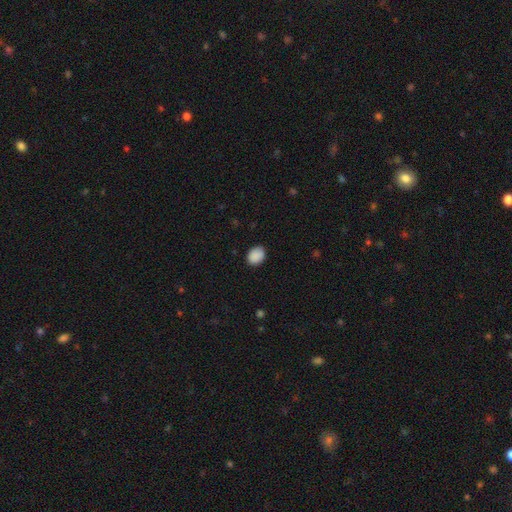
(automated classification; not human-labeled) smooth 90%, star or artifact 8%, featured or disk 3%. Down the decision tree: how rounded — in between (64%); merging — none (85%).